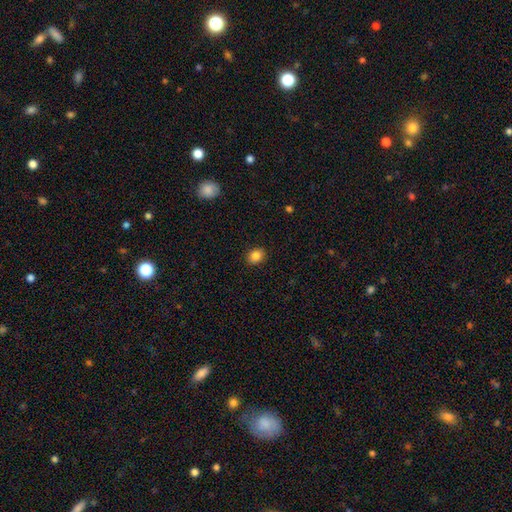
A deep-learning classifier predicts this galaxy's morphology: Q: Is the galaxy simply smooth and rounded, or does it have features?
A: smooth — 85%.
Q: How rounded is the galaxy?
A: round — 55%.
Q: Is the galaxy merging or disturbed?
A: none — 89%.